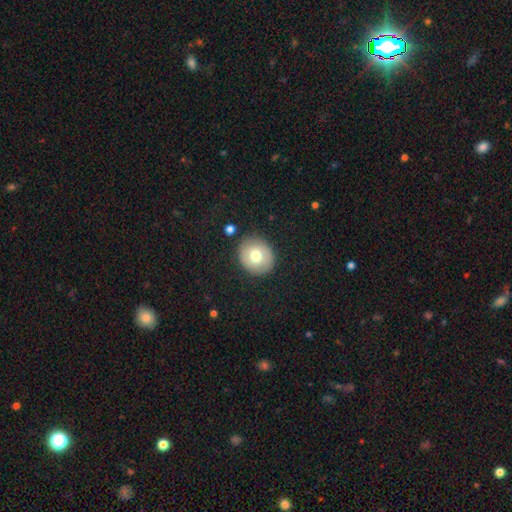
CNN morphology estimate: The model was most divided on "smooth or featured": smooth: 71%, featured or disk: 21%, star or artifact: 9%. More confident: merging — none (88%); how rounded — round (79%).